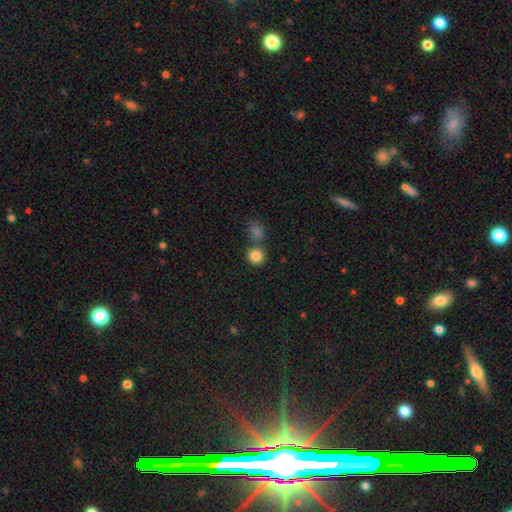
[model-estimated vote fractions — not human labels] Morphology: type=smooth (84%); roundness=round (91%); merging=none (66%).